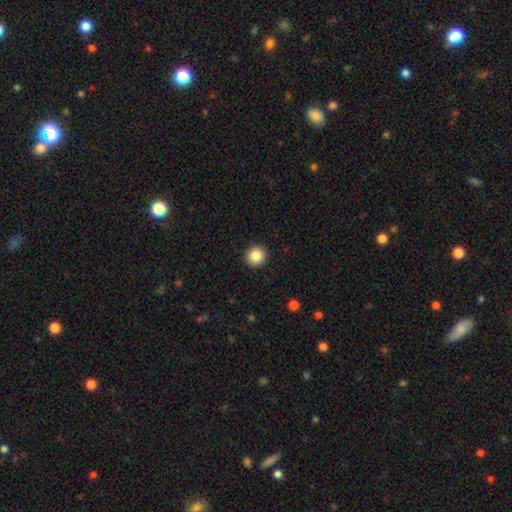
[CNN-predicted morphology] A smooth galaxy with no disk features (85%) that is round (93%). Merging: none (93%).